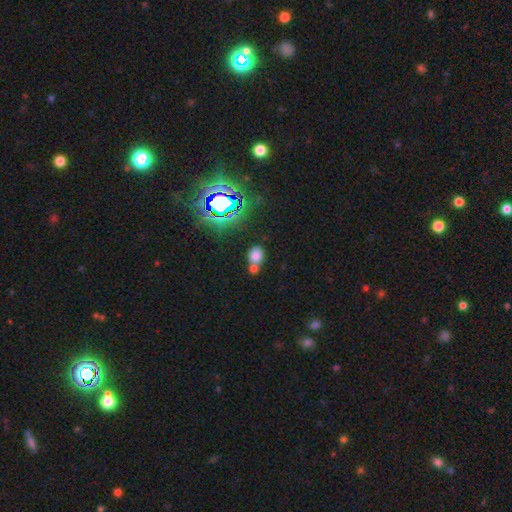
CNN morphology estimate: smooth_or_featured: smooth (p=0.69) [alt: star or artifact p=0.22]
how_rounded: round (p=0.61) [alt: in between p=0.38]
merging: none (p=0.47) [alt: merger p=0.41]